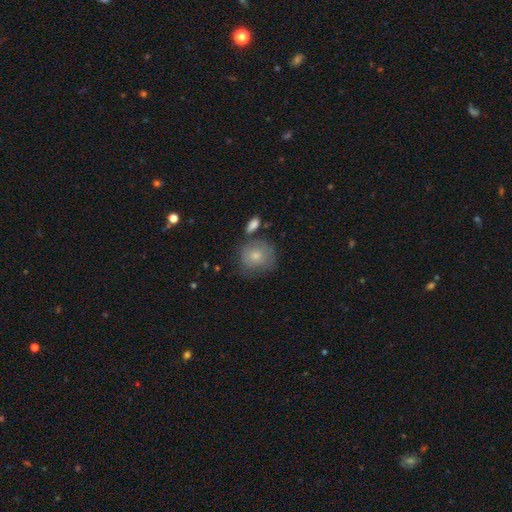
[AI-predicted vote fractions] Smooth or featured?
  - smooth: 72% *
  - featured or disk: 21%
  - star or artifact: 7%
How rounded?
  - round: 81% *
  - in between: 18%
  - cigar-shaped: 1%
Merging?
  - none: 61% *
  - minor disturbance: 22%
  - major disturbance: 9%
  - merger: 8%